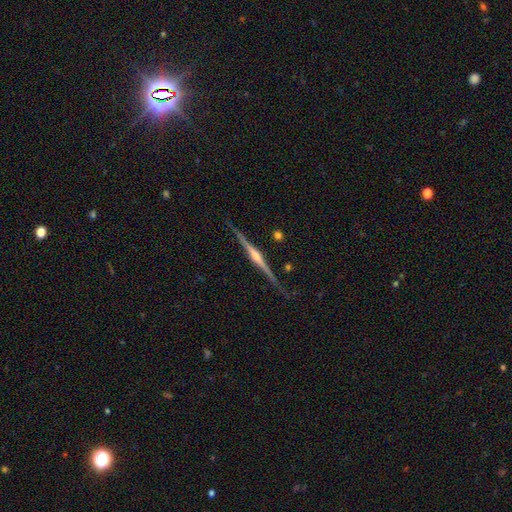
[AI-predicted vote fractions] smooth_or_featured: featured or disk (p=0.88) [alt: smooth p=0.07]
disk_edge_on: yes (p=0.98) [alt: no p=0.02]
edge_on_bulge: rounded (p=0.88) [alt: none p=0.06]
merging: none (p=0.85) [alt: minor disturbance p=0.11]